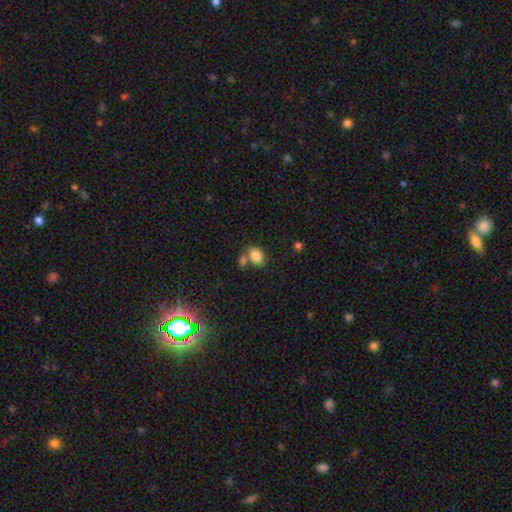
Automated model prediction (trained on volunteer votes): A smooth galaxy with no disk features (83%) that is in between round and cigar-shaped (75%). Merging: none (52%).